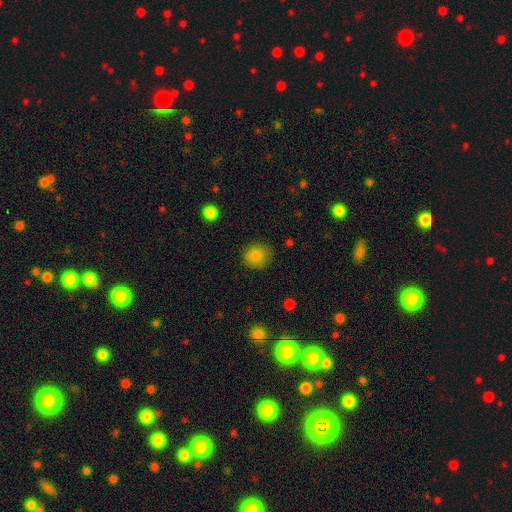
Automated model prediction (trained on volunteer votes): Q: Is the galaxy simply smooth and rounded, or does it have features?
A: smooth — 85%.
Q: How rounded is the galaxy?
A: round — 86%.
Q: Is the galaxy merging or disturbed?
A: none — 84%.